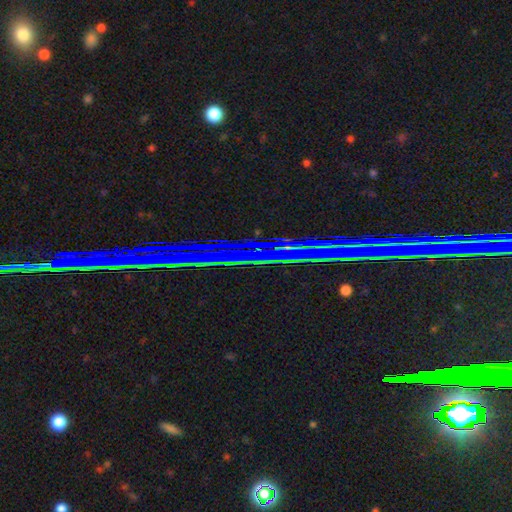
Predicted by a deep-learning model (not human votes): Morphology: type=star or artifact (80%).